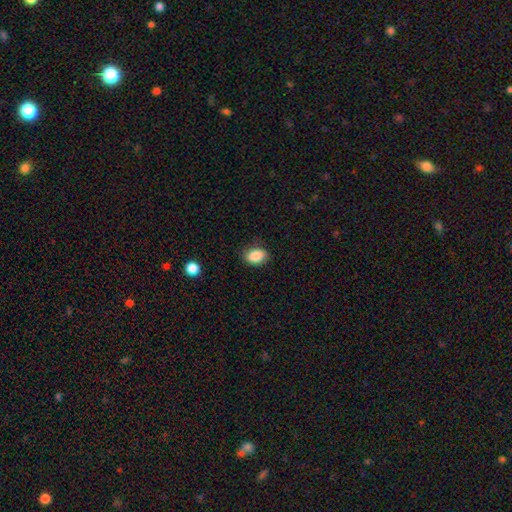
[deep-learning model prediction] This is clearly a smooth galaxy (87%). How rounded: likely in between (77%). Merging: clearly none (82%).